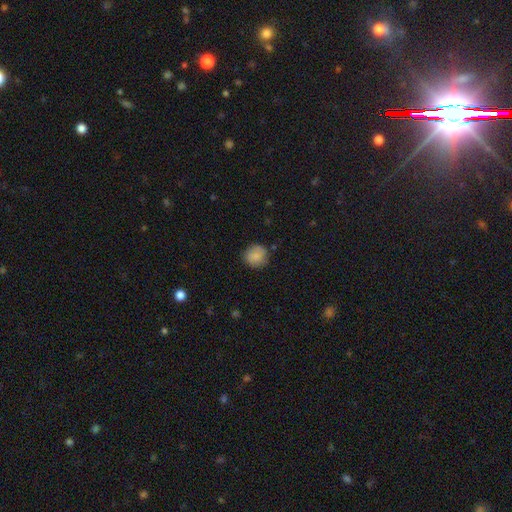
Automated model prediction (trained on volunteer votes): The model was most divided on "merging": none: 81%, minor disturbance: 15%, major disturbance: 3%, merger: 2%. More confident: how rounded — round (89%); smooth or featured — smooth (85%).